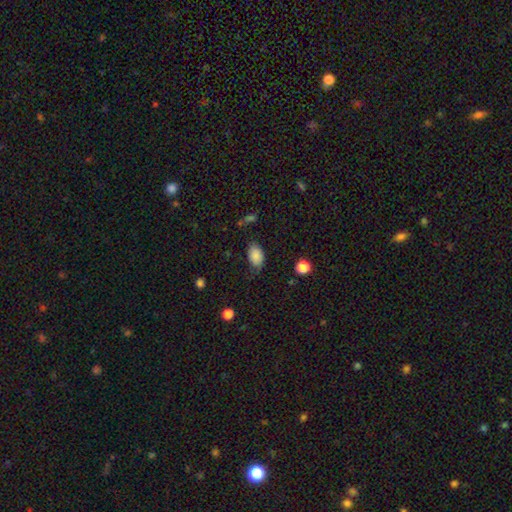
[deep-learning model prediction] Smooth or featured? smooth (84%)
How rounded? in between (90%)
Merging? none (62%)